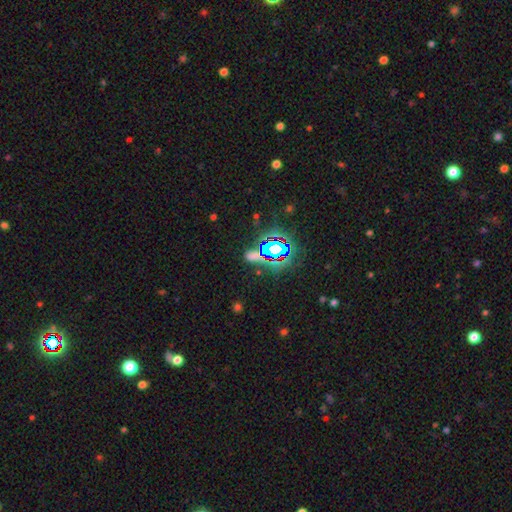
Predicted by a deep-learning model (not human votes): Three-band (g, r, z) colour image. It shows a star or artifact, not a galaxy (62%).